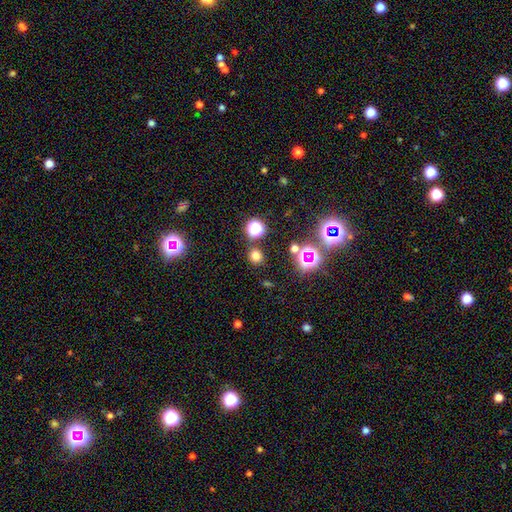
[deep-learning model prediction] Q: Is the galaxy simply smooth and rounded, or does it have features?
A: smooth — 70%.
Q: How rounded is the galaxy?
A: round — 82%.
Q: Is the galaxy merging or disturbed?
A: none — 85%.